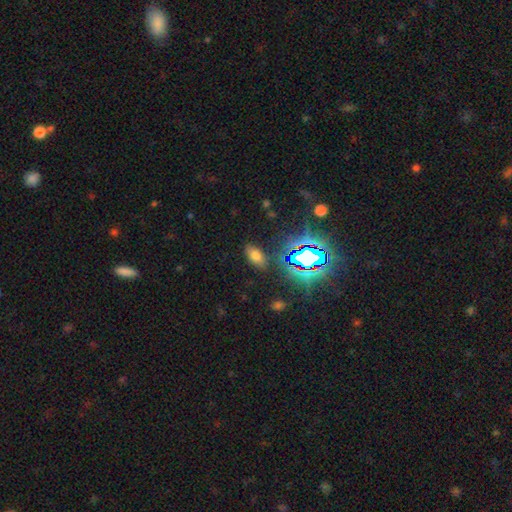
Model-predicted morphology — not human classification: Smooth or featured? Predicted: smooth (p=0.60). How rounded? Predicted: in between (p=0.89). Merging? Predicted: none (p=0.85).